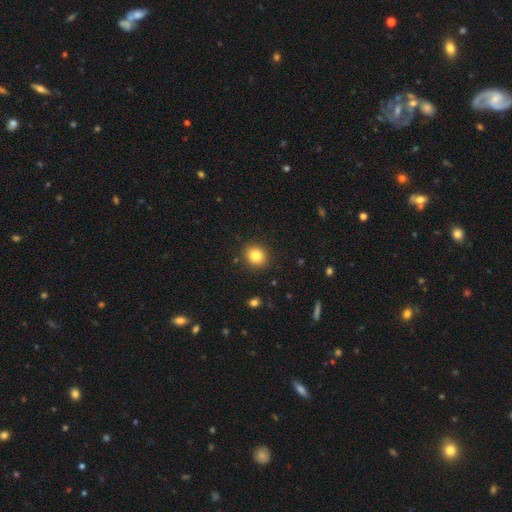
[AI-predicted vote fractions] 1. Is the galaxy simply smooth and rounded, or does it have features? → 83% smooth, 11% star or artifact, 6% featured or disk.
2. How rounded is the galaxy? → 81% round, 18% in between, 1% cigar-shaped.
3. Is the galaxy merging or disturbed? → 90% none, 7% minor disturbance, 2% major disturbance, 1% merger.